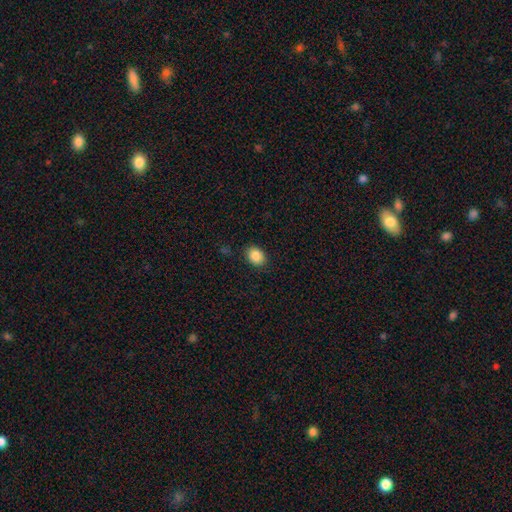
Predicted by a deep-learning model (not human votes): A smooth galaxy with no disk features (86%) that is in between round and cigar-shaped (58%). Merging: none (88%).